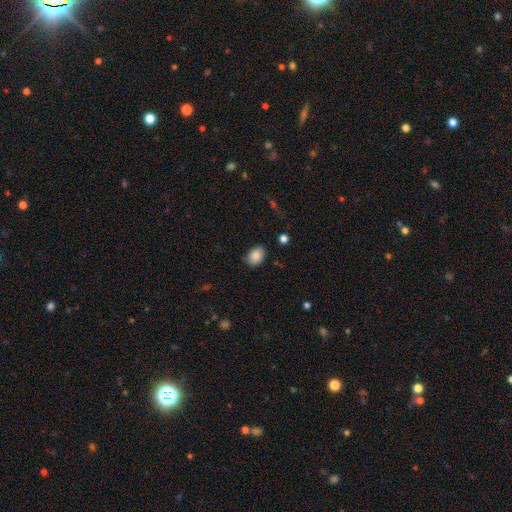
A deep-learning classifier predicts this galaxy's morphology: Smooth or featured? smooth (88%)
How rounded? in between (74%)
Merging? none (81%)